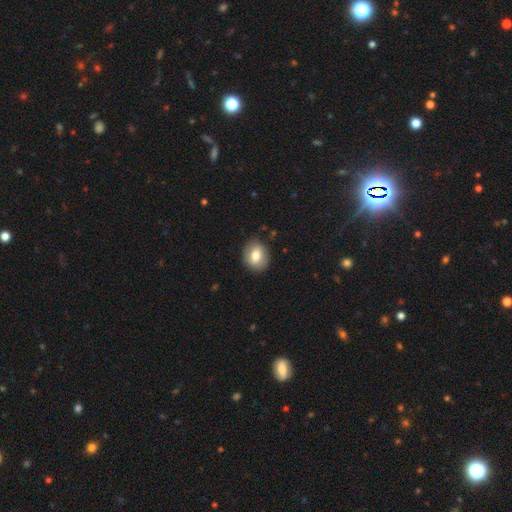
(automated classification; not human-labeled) The model was most divided on "how rounded": in between: 51%, round: 48%, cigar-shaped: 1%. More confident: merging — none (86%); smooth or featured — smooth (74%).